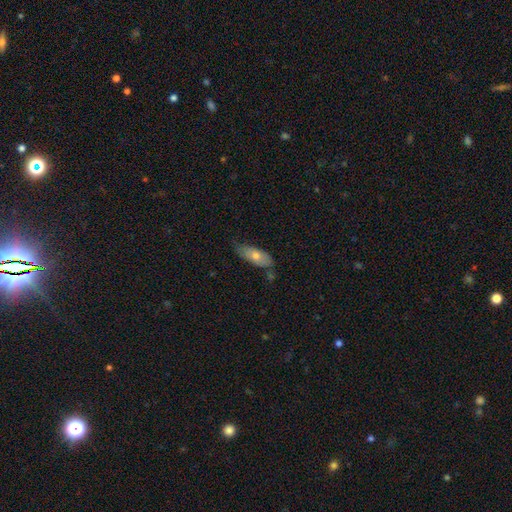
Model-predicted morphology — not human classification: type=smooth (56%); roundness=in between (70%); merging=none (65%).